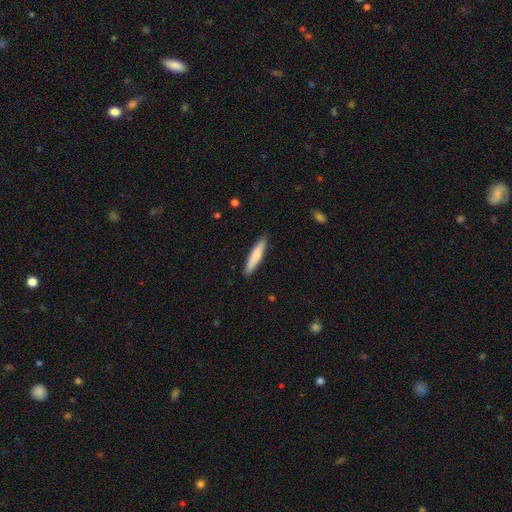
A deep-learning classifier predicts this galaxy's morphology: smooth-or-featured: smooth: 74% | featured or disk: 20% | star or artifact: 5%
  how-rounded: cigar-shaped: 89% | in between: 9% | round: 1%
  merging: none: 89% | minor disturbance: 8% | major disturbance: 2% | merger: 1%